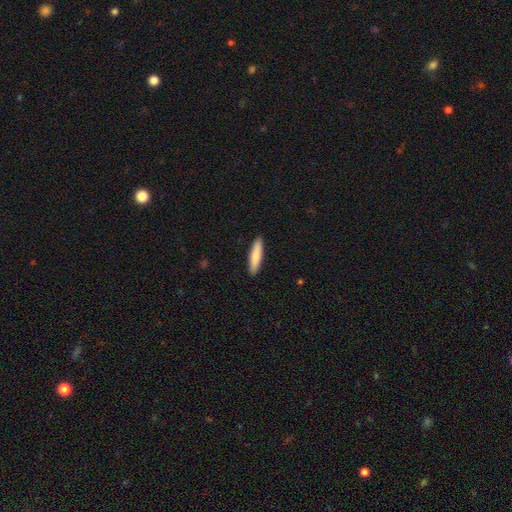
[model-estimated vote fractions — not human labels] A smooth galaxy with no disk features (80%) that is cigar-shaped (82%).

Vote fractions:
- Smooth or featured? smooth: 80% / featured or disk: 15% / star or artifact: 5%
- How rounded? cigar-shaped: 82% / in between: 17% / round: 1%
- Merging? none: 91% / minor disturbance: 6% / major disturbance: 1% / merger: 1%